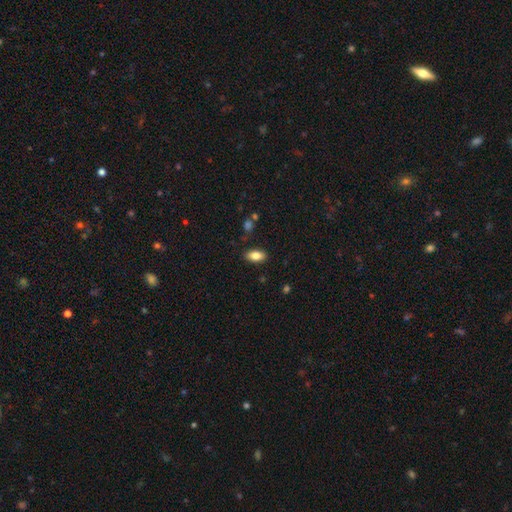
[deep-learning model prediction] This appears to be a smooth galaxy with no disk features (82%) that is in between round and cigar-shaped (91%). Merging: none (87%).